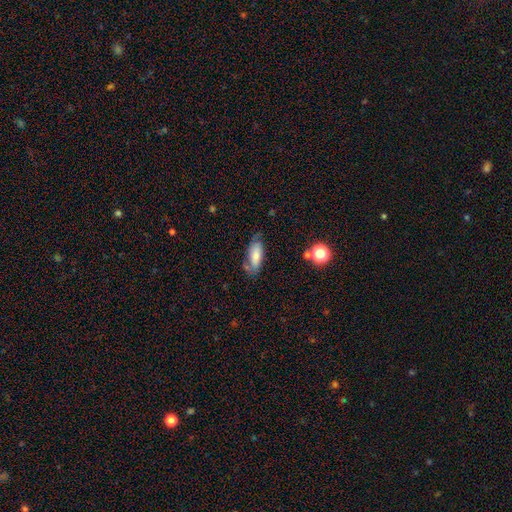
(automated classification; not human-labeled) This is likely a smooth galaxy (64%). How rounded: likely in between (77%). Merging: possibly none (58%).